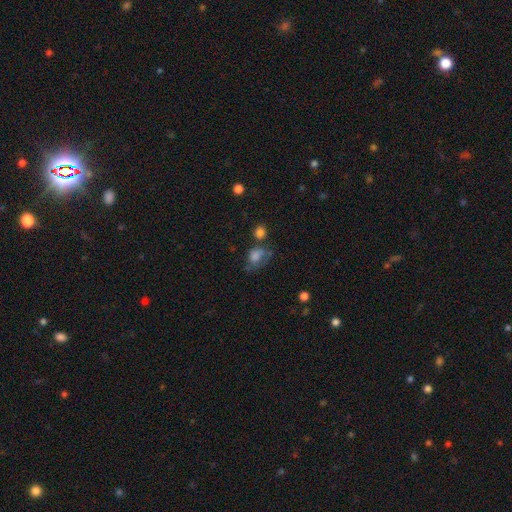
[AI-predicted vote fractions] Smooth or featured: smooth — 73% (featured or disk — 15%)
How rounded: in between — 56% (round — 43%)
Merging: none — 33% (minor disturbance — 26%)